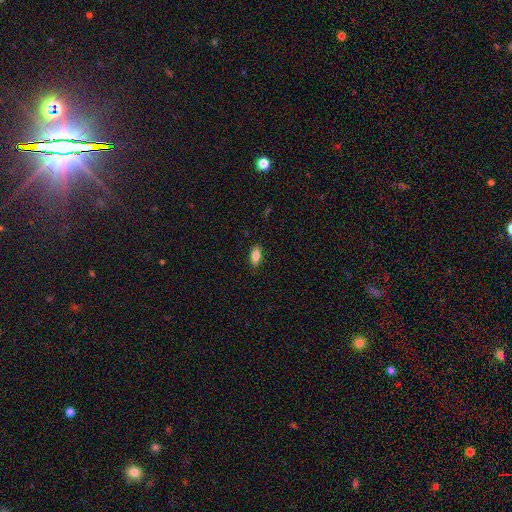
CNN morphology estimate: This is likely a smooth galaxy (79%). How rounded: clearly in between (80%). Merging: clearly none (88%).